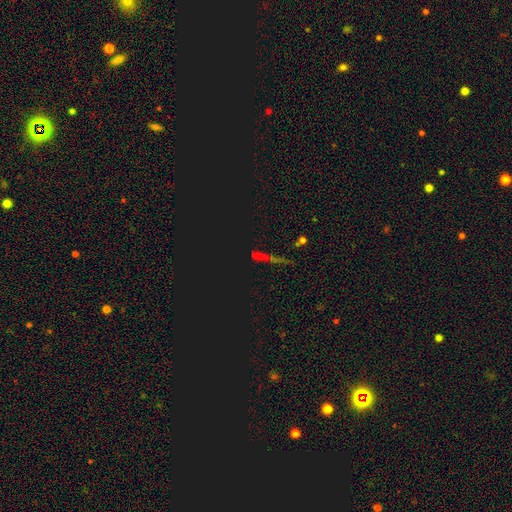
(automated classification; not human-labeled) Smooth or featured? star or artifact (75%)